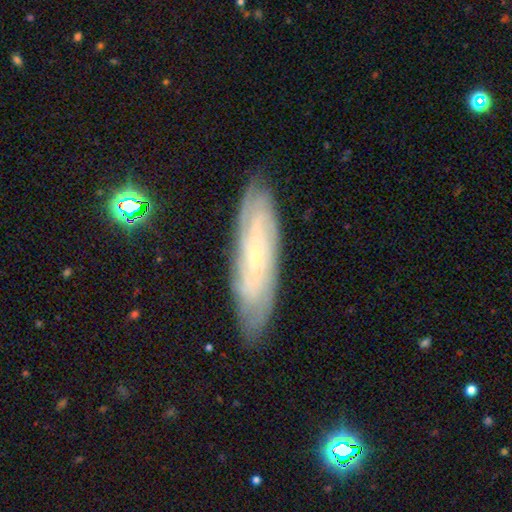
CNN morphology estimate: featured or disk 77%, smooth 16%, star or artifact 7%. Down the decision tree: edge-on disk — no (77%); bar — no (68%); spiral arms — yes (92%); spiral arm count — can't tell (51%); spiral winding — tight (73%); bulge size — small (86%); merging — none (83%).